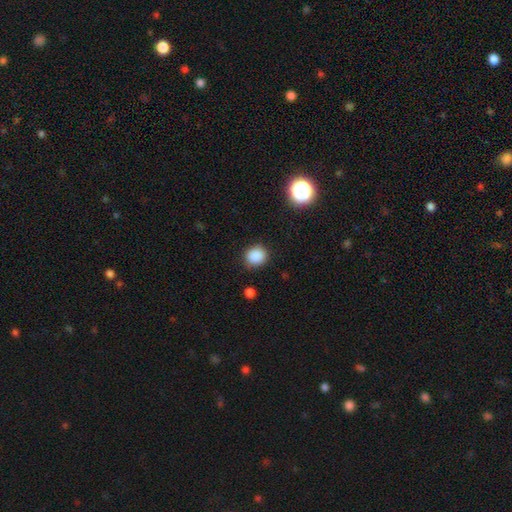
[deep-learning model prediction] smooth_or_featured: smooth (p=0.86) [alt: star or artifact p=0.10]
how_rounded: round (p=0.84) [alt: in between p=0.16]
merging: none (p=0.86) [alt: minor disturbance p=0.09]